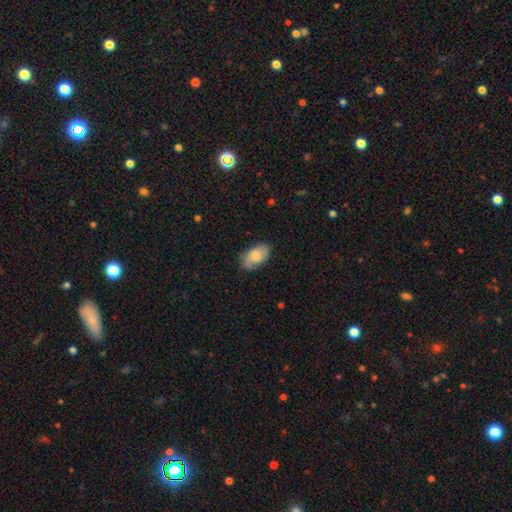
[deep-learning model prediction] smooth_or_featured: smooth (p=0.74) [alt: featured or disk p=0.19]
how_rounded: in between (p=0.93) [alt: round p=0.05]
merging: none (p=0.73) [alt: minor disturbance p=0.21]